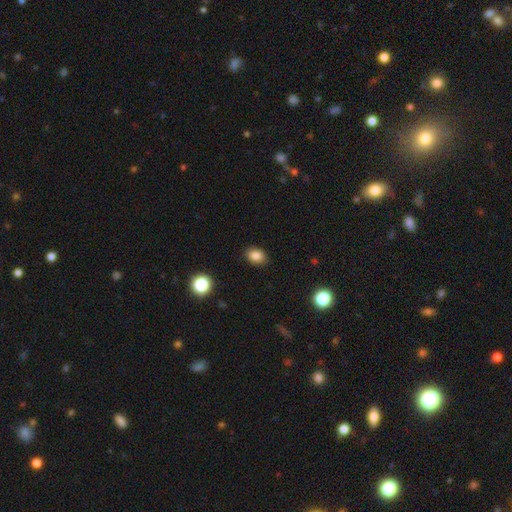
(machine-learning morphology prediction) Smooth or featured? smooth (84%)
How rounded? in between (75%)
Merging? none (87%)